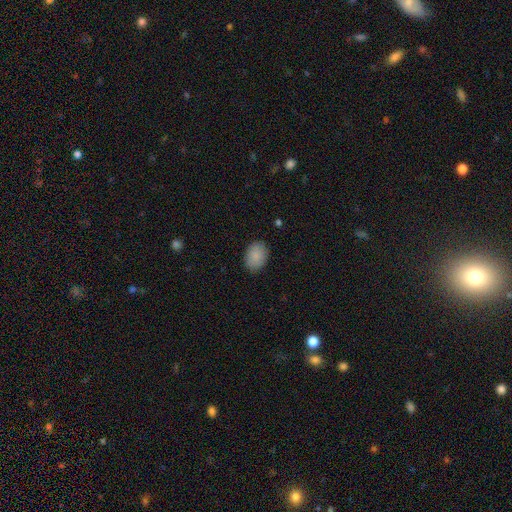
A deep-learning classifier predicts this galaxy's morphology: The model was most divided on "how rounded": in between: 77%, round: 22%, cigar-shaped: 1%. More confident: smooth or featured — smooth (88%); merging — none (87%).